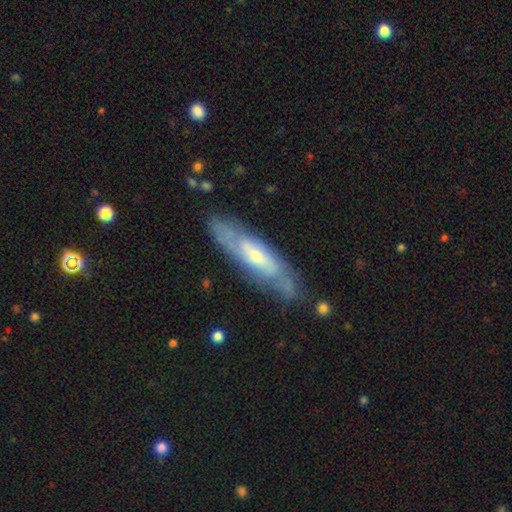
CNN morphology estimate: smooth-or-featured: featured or disk: 71% | smooth: 22% | star or artifact: 6%
  disk-edge-on: no: 66% | yes: 34%
  merging: none: 78% | minor disturbance: 16% | major disturbance: 4% | merger: 2%